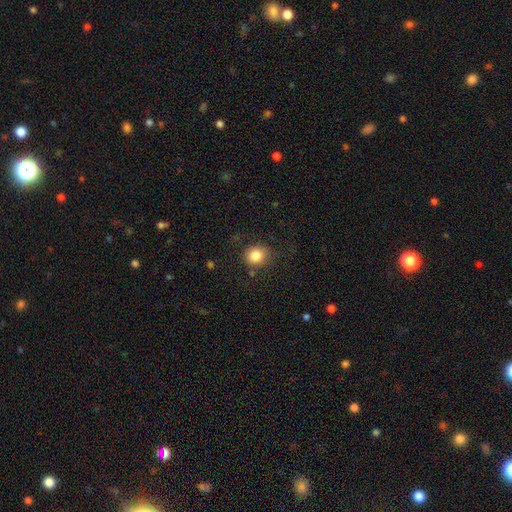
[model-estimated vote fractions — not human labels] A smooth galaxy with no disk features (83%) that is round (75%).

Vote fractions:
- Smooth or featured? smooth: 83% / star or artifact: 11% / featured or disk: 6%
- How rounded? round: 75% / in between: 25% / cigar-shaped: 1%
- Merging? none: 77% / minor disturbance: 15% / major disturbance: 5% / merger: 2%